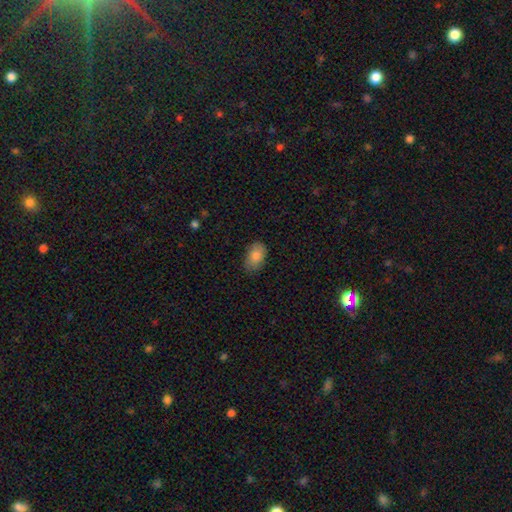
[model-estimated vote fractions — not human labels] Smooth or featured?
  - smooth: 84% *
  - featured or disk: 9%
  - star or artifact: 7%
How rounded?
  - in between: 91% *
  - round: 7%
  - cigar-shaped: 2%
Merging?
  - none: 81% *
  - minor disturbance: 15%
  - major disturbance: 3%
  - merger: 1%